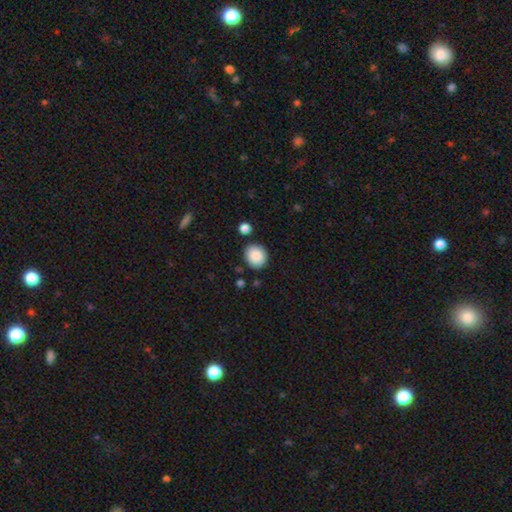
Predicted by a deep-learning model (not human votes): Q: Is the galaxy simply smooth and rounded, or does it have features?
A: smooth — 89%.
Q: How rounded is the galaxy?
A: round — 74%.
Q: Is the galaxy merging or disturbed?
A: none — 84%.